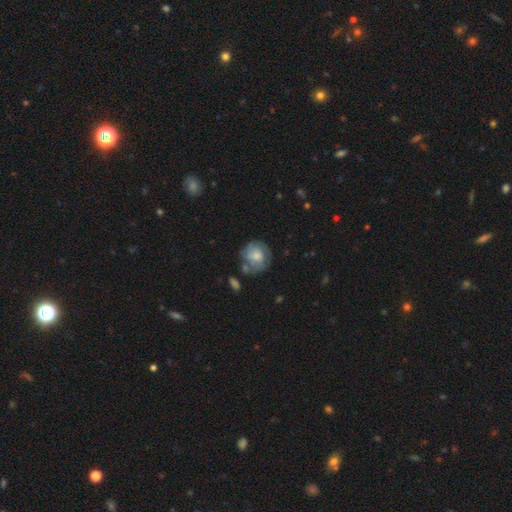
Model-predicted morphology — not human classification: This appears to be a smooth galaxy with no disk features (53%) that is round (82%). Merging: none (58%).